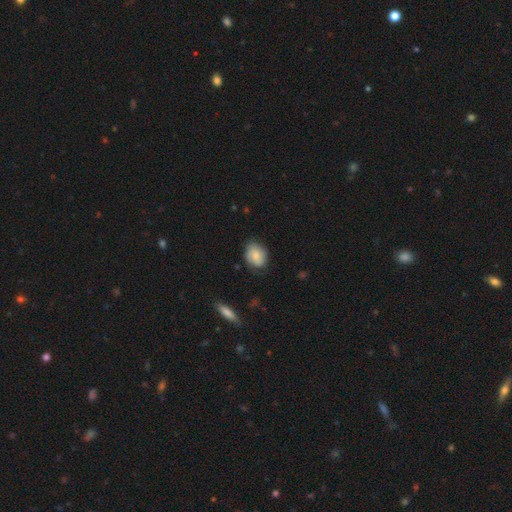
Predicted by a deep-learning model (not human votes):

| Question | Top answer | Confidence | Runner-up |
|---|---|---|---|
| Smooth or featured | smooth | 71% | featured or disk (21%) |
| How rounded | in between | 60% | round (39%) |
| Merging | none | 73% | minor disturbance (21%) |